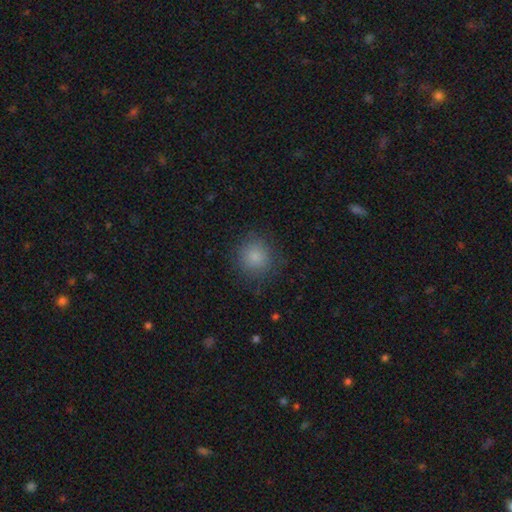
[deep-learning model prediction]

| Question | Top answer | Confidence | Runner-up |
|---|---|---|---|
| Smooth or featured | smooth | 84% | star or artifact (11%) |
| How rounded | round | 91% | in between (8%) |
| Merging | none | 85% | minor disturbance (10%) |